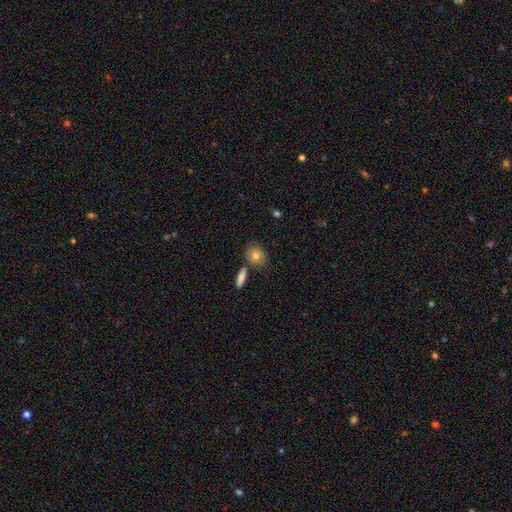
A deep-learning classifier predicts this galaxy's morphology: Smooth or featured? Predicted: smooth (p=0.78). How rounded? Predicted: round (p=0.60). Merging? Predicted: none (p=0.71).